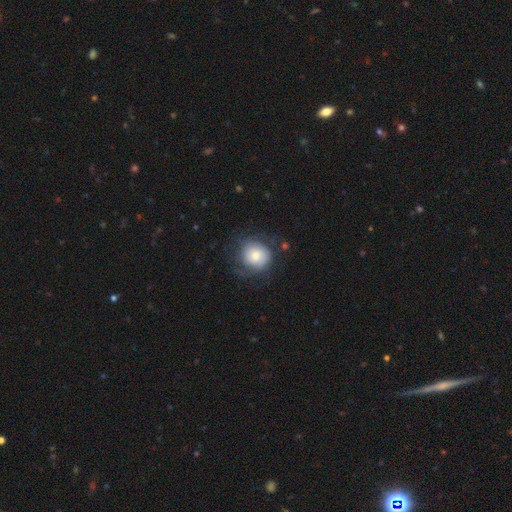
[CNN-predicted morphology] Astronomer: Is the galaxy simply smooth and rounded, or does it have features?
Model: smooth — 63%.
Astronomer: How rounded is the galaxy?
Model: round — 83%.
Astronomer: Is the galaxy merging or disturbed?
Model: none — 56%.